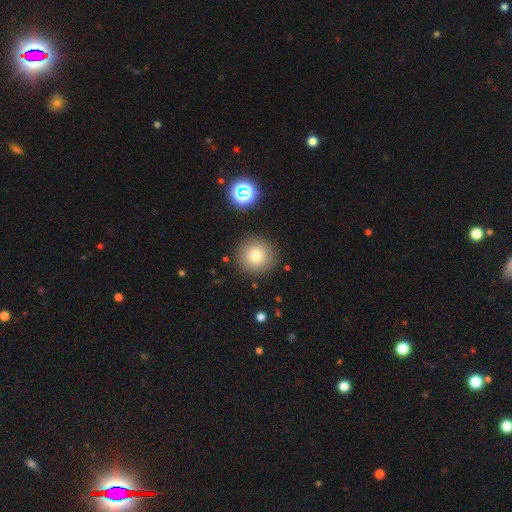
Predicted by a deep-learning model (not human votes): Smooth or featured? Predicted: smooth (p=0.77). How rounded? Predicted: round (p=0.96). Merging? Predicted: none (p=0.88).